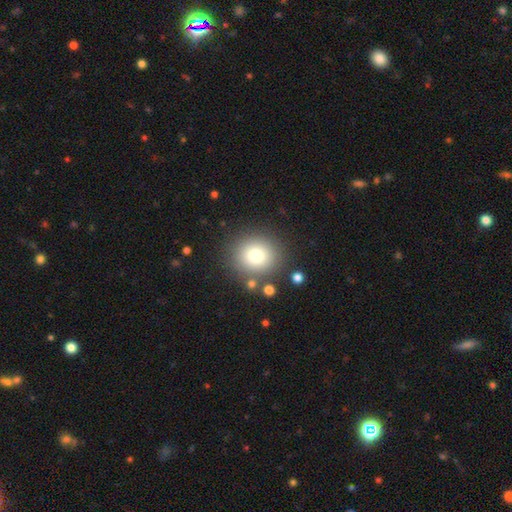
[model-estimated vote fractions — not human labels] Smooth or featured? smooth (78%)
How rounded? round (86%)
Merging? none (84%)